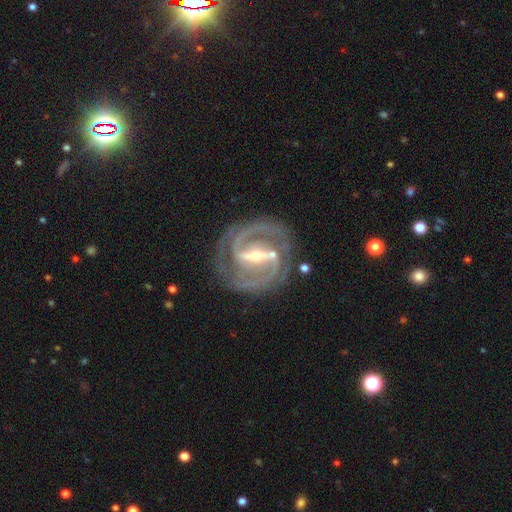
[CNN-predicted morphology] smooth-or-featured: featured or disk: 92% | star or artifact: 5% | smooth: 3%
  disk-edge-on: no: 96% | yes: 4%
    bar: strong: 77% | weak: 18% | no: 5%
    has-spiral-arms: yes: 98% | no: 2%
      spiral-winding: tight: 53% | medium: 41% | loose: 6%
      spiral-arm-count: 2: 83% | 3: 9% | can't tell: 3% | 4: 2% | 1: 2% | more than 4: 2%
    bulge-size: small: 59% | moderate: 37% | large: 2% | none: 2% | dominant: 1%
  merging: none: 81% | minor disturbance: 12% | major disturbance: 5% | merger: 2%